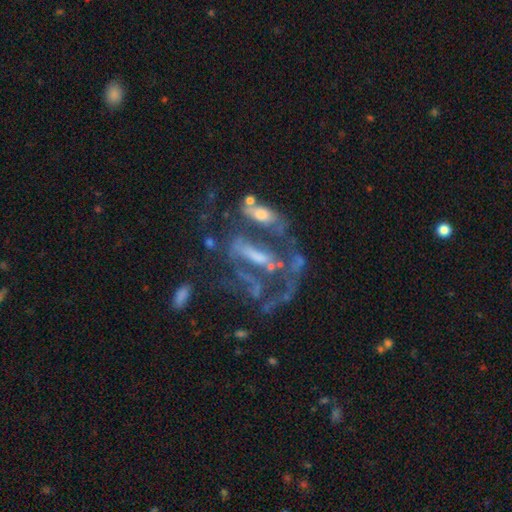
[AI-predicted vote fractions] This appears to be a featured or disk galaxy (72%) with no bar (39%), no spiral arms (52%) and no central bulge (35%). Merging: major disturbance (38%).